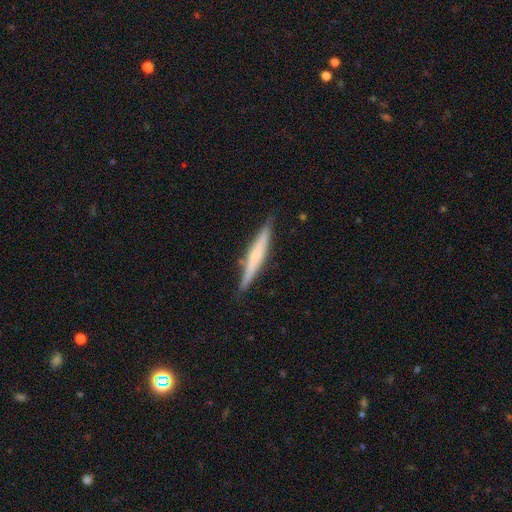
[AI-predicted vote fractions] A featured or disk galaxy (61%) viewed edge-on (96%) with a rounded central bulge (53%).

Vote fractions:
- Smooth or featured? featured or disk: 61% / smooth: 33% / star or artifact: 6%
- Edge-on disk? yes: 96% / no: 4%
- Edge-on bulge? rounded: 53% / none: 32% / boxy: 15%
- Merging? none: 85% / minor disturbance: 11% / major disturbance: 2% / merger: 2%